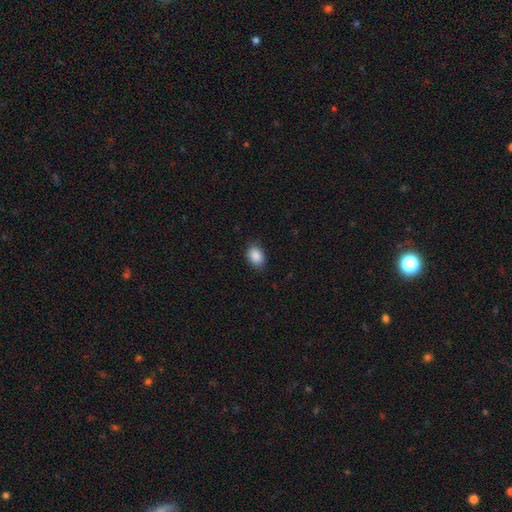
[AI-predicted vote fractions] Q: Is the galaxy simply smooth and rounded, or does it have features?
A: smooth — 89%.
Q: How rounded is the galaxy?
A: in between — 72%.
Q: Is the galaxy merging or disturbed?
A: none — 82%.